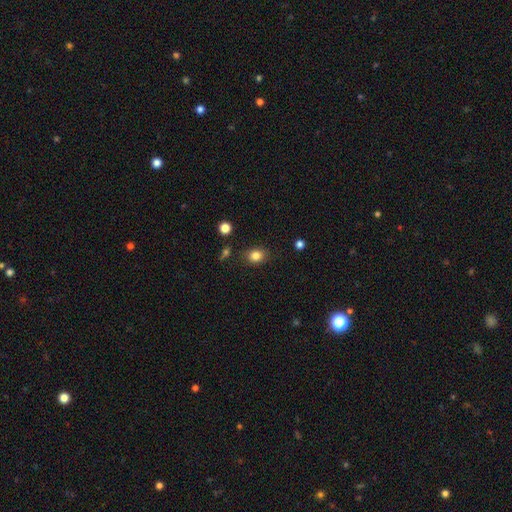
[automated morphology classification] A smooth galaxy with no disk features (83%) that is round (51%).

Vote fractions:
- Smooth or featured? smooth: 83% / star or artifact: 11% / featured or disk: 6%
- How rounded? round: 51% / in between: 47% / cigar-shaped: 1%
- Merging? none: 84% / minor disturbance: 11% / major disturbance: 3% / merger: 3%